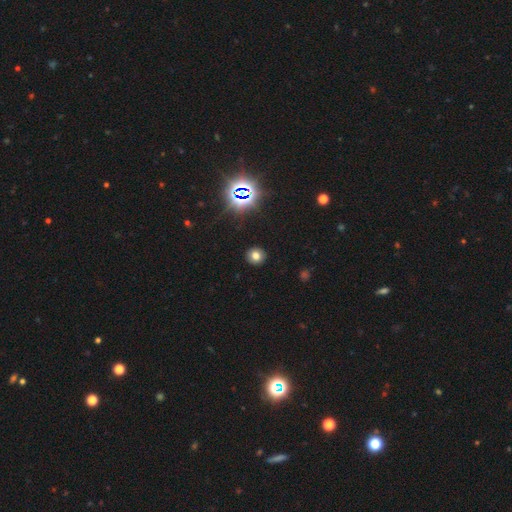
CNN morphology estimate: Smooth or featured?
  - smooth: 71% *
  - star or artifact: 20%
  - featured or disk: 8%
How rounded?
  - round: 88% *
  - in between: 11%
  - cigar-shaped: 1%
Merging?
  - none: 91% *
  - minor disturbance: 6%
  - major disturbance: 2%
  - merger: 1%